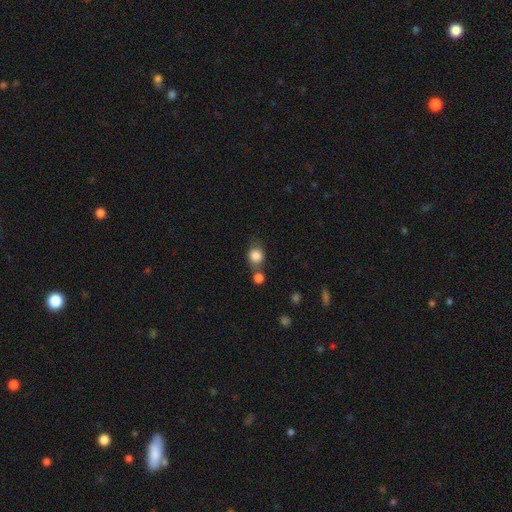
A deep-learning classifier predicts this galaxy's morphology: Smooth or featured? Predicted: smooth (p=0.83). How rounded? Predicted: round (p=0.66). Merging? Predicted: none (p=0.49).